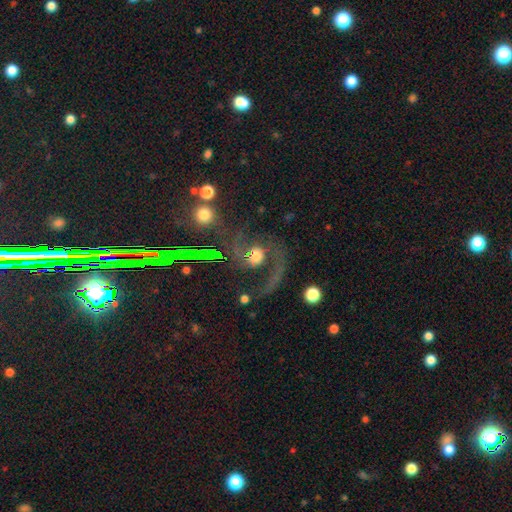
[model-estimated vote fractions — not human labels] Smooth or featured?
  - featured or disk: 78% *
  - smooth: 13%
  - star or artifact: 9%
Edge-on disk?
  - no: 97% *
  - yes: 3%
Bar?
  - no: 55% *
  - weak: 35%
  - strong: 11%
Spiral arms?
  - yes: 94% *
  - no: 6%
Spiral winding?
  - loose: 54% *
  - medium: 37%
  - tight: 8%
Spiral arm count?
  - 2: 90% *
  - 1: 3%
  - can't tell: 2%
  - 3: 2%
  - 4: 1%
  - more than 4: 1%
Bulge size?
  - moderate: 49% *
  - large: 30%
  - small: 13%
  - dominant: 4%
  - none: 4%
Merging?
  - none: 56% *
  - major disturbance: 18%
  - minor disturbance: 15%
  - merger: 10%